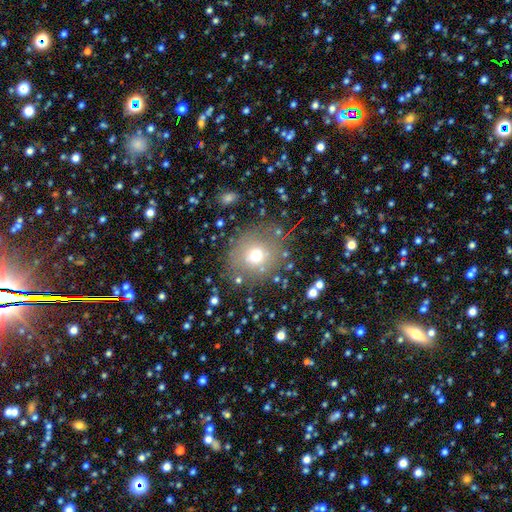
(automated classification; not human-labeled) smooth-or-featured: smooth: 65% | star or artifact: 19% | featured or disk: 16%
  how-rounded: round: 83% | in between: 16% | cigar-shaped: 1%
  merging: none: 78% | minor disturbance: 11% | major disturbance: 6% | merger: 4%